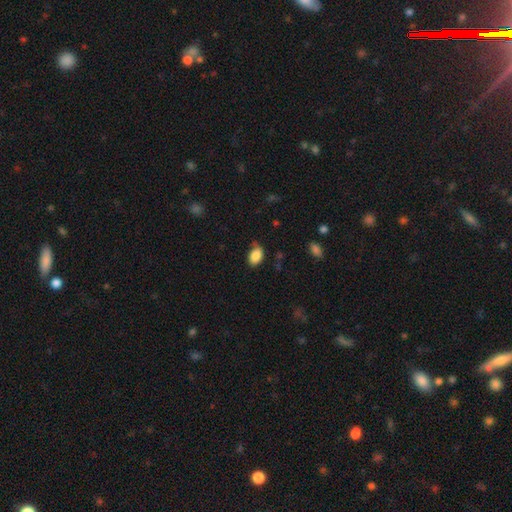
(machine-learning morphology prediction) The model was most divided on "merging": none: 69%, minor disturbance: 24%, major disturbance: 5%, merger: 2%. More confident: how rounded — in between (89%); smooth or featured — smooth (88%).